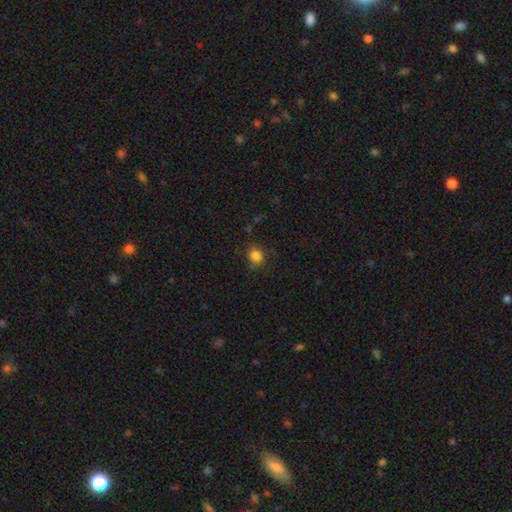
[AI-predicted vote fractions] smooth_or_featured: smooth (p=0.83) [alt: star or artifact p=0.12]
how_rounded: round (p=0.81) [alt: in between p=0.18]
merging: none (p=0.79) [alt: minor disturbance p=0.15]